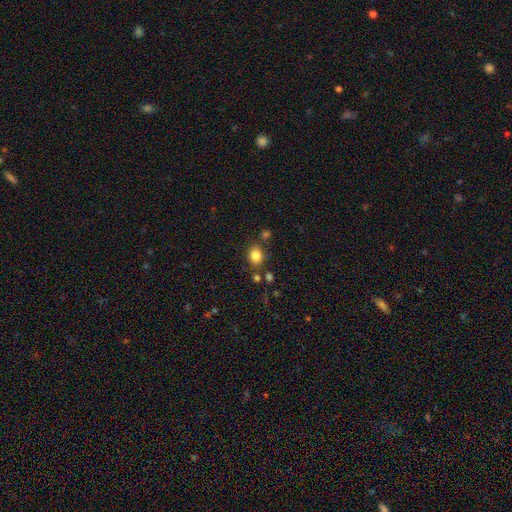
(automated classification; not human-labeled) Smooth or featured?
  - smooth: 84% *
  - star or artifact: 11%
  - featured or disk: 6%
How rounded?
  - round: 51% *
  - in between: 48%
  - cigar-shaped: 1%
Merging?
  - none: 76% *
  - minor disturbance: 12%
  - merger: 8%
  - major disturbance: 4%